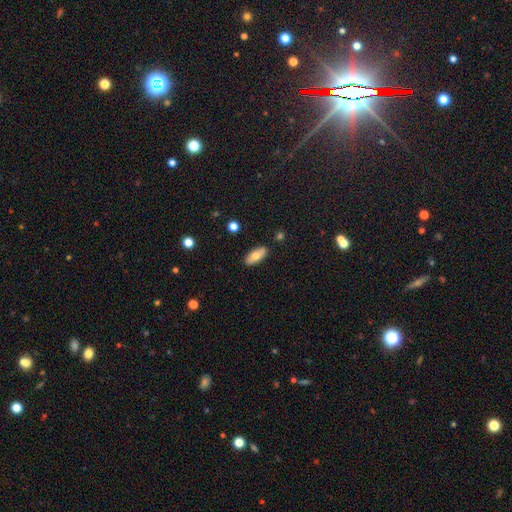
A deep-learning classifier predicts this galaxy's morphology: Smooth or featured? Predicted: smooth (p=0.70). How rounded? Predicted: in between (p=0.83). Merging? Predicted: none (p=0.87).